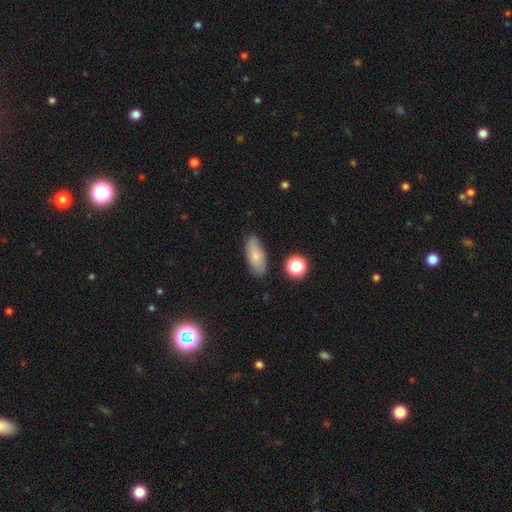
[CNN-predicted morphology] smooth-or-featured: smooth: 71% | featured or disk: 20% | star or artifact: 8%
  how-rounded: in between: 81% | cigar-shaped: 14% | round: 4%
  merging: none: 79% | minor disturbance: 16% | major disturbance: 3% | merger: 2%